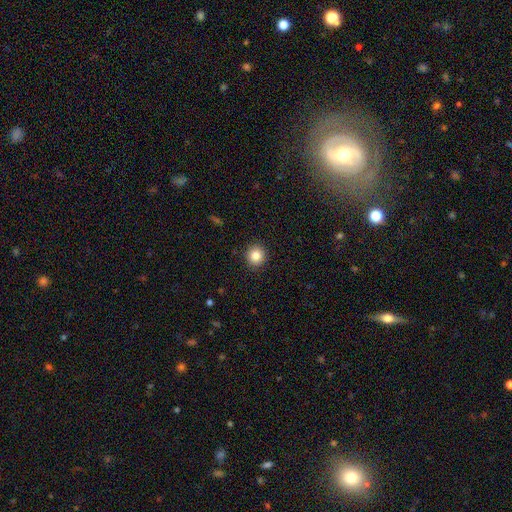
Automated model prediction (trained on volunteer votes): A smooth galaxy with no disk features (83%) that is round (89%). Merging: none (91%).